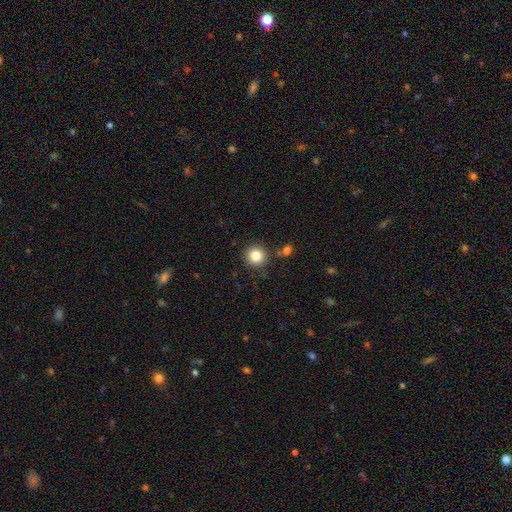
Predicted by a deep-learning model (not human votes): This is clearly a smooth galaxy (84%). How rounded: clearly round (92%). Merging: clearly none (86%).